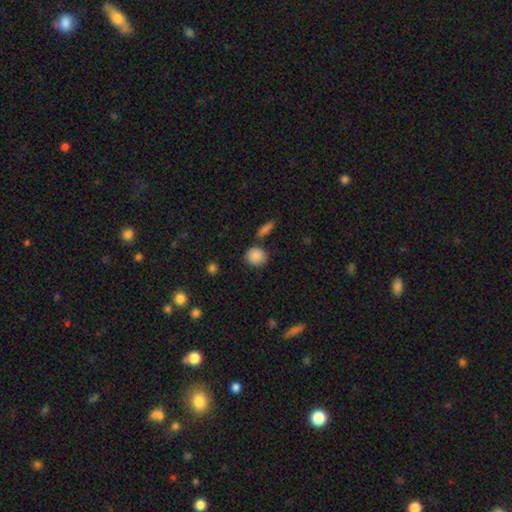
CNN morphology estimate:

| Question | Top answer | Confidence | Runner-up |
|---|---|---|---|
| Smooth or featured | smooth | 88% | star or artifact (8%) |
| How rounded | round | 79% | in between (20%) |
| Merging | none | 76% | minor disturbance (12%) |